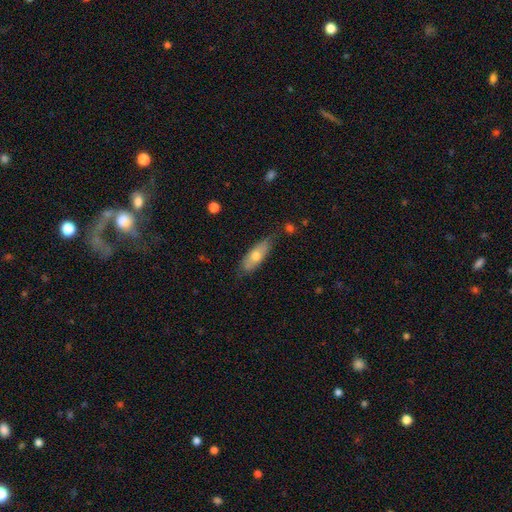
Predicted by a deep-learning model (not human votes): Smooth or featured?
  - smooth: 64% *
  - featured or disk: 30%
  - star or artifact: 6%
How rounded?
  - in between: 67% *
  - cigar-shaped: 30%
  - round: 3%
Merging?
  - none: 70% *
  - minor disturbance: 23%
  - major disturbance: 4%
  - merger: 2%